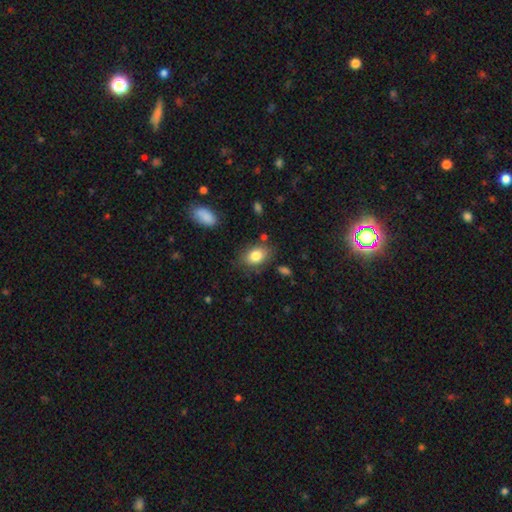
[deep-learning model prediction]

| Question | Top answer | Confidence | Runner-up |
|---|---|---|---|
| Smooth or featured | smooth | 82% | featured or disk (10%) |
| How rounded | in between | 80% | round (19%) |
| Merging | none | 78% | minor disturbance (15%) |